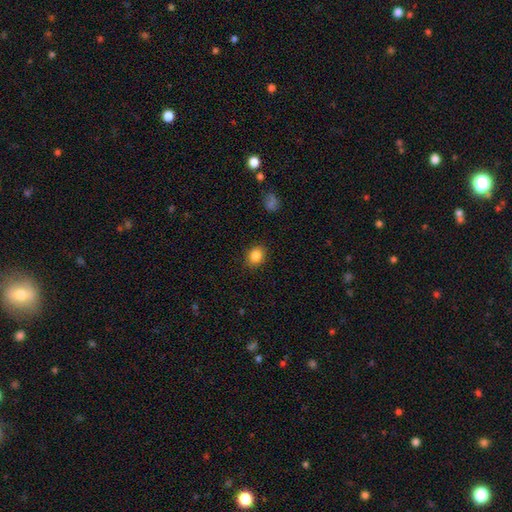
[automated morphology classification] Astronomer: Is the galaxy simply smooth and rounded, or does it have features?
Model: smooth — 86%.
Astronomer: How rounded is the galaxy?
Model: round — 58% (runner-up: in between, 41%).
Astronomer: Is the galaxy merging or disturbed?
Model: none — 87%.